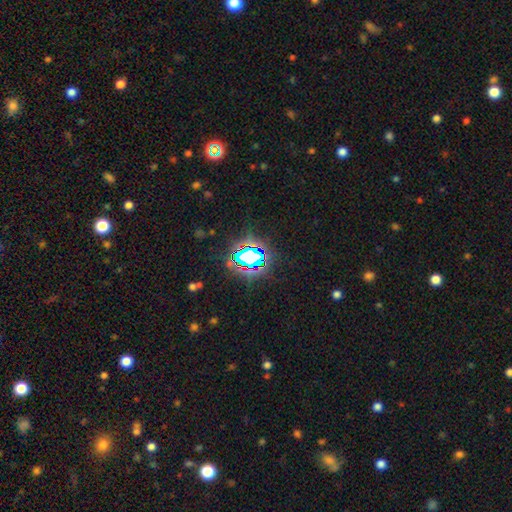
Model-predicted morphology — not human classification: This appears to be a star or artifact, not a galaxy (73%).